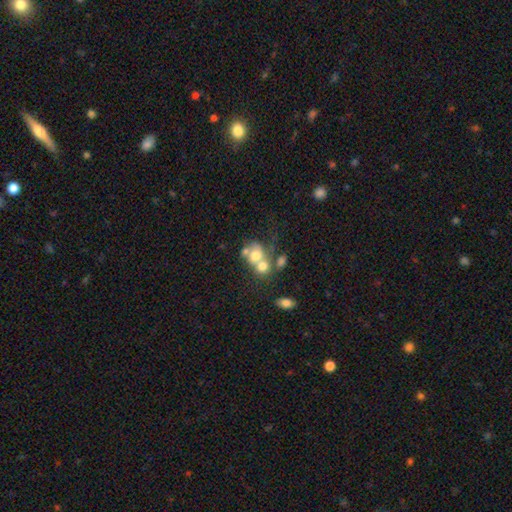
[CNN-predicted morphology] smooth-or-featured: smooth: 60% | featured or disk: 29% | star or artifact: 11%
  how-rounded: round: 53% | in between: 46% | cigar-shaped: 1%
  merging: merger: 61% | none: 20% | major disturbance: 10% | minor disturbance: 9%